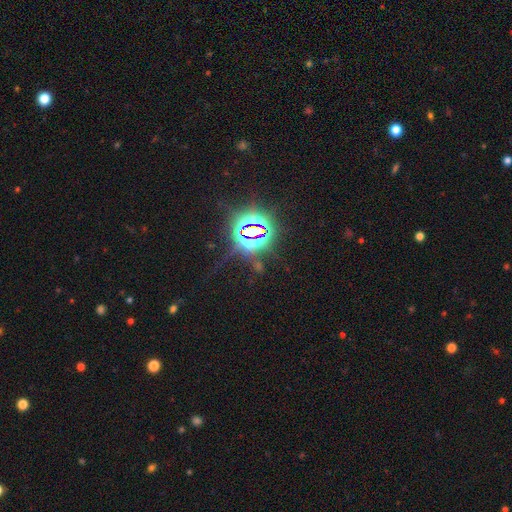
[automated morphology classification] Smooth or featured: star or artifact — 85% (smooth — 9%)